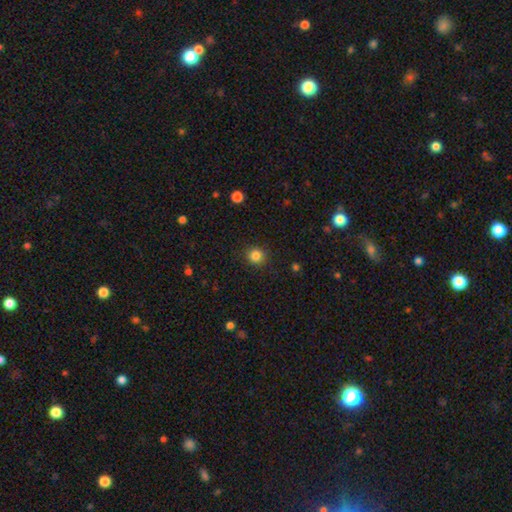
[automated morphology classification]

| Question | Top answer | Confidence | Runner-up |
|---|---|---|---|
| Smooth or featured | smooth | 84% | star or artifact (12%) |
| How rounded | round | 93% | in between (6%) |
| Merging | none | 91% | minor disturbance (6%) |